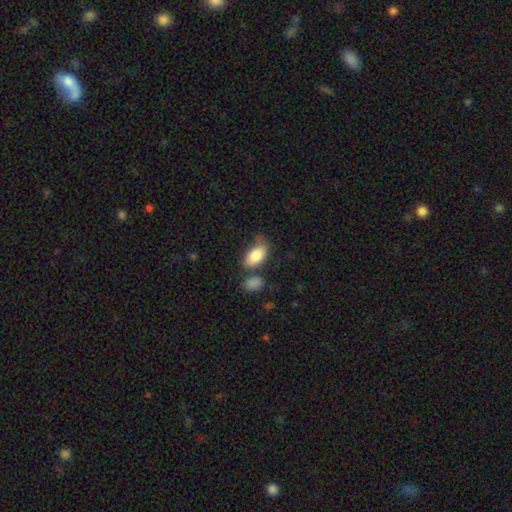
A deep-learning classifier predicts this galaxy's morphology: Overall: smooth (84%). How rounded: in between (93%). Merging: none (56%; minor disturbance 22%).